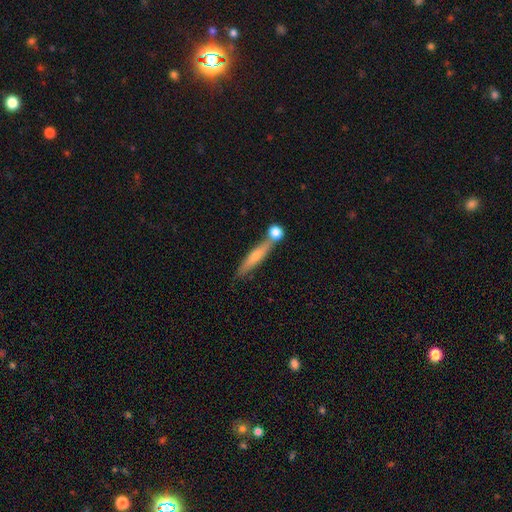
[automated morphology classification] A smooth galaxy with no disk features (52%) that is cigar-shaped (88%).

Vote fractions:
- Smooth or featured? smooth: 52% / featured or disk: 41% / star or artifact: 7%
- How rounded? cigar-shaped: 88% / in between: 9% / round: 3%
- Merging? none: 65% / merger: 19% / minor disturbance: 12% / major disturbance: 4%